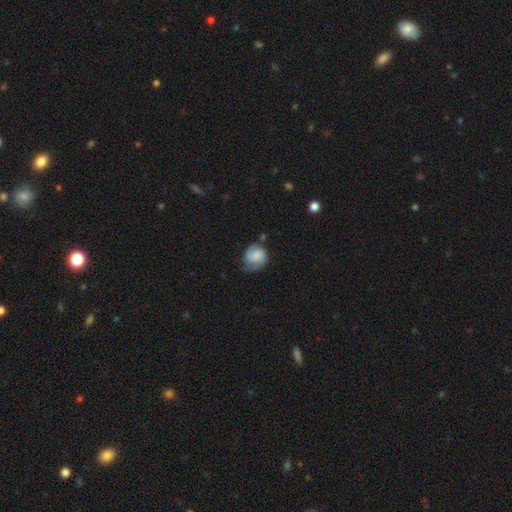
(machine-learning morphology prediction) This is likely a smooth galaxy (65%). How rounded: likely round (69%). Merging: marginally none (41%).